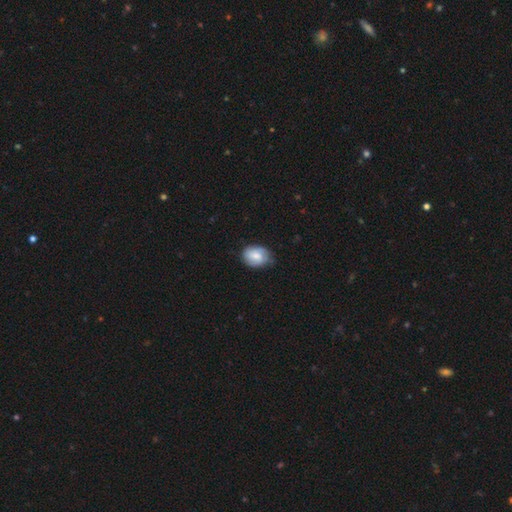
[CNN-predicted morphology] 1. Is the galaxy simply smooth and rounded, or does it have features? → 69% smooth, 24% featured or disk, 7% star or artifact.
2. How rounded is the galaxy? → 64% in between, 35% round, 1% cigar-shaped.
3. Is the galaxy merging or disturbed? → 66% none, 27% minor disturbance, 5% major disturbance, 1% merger.